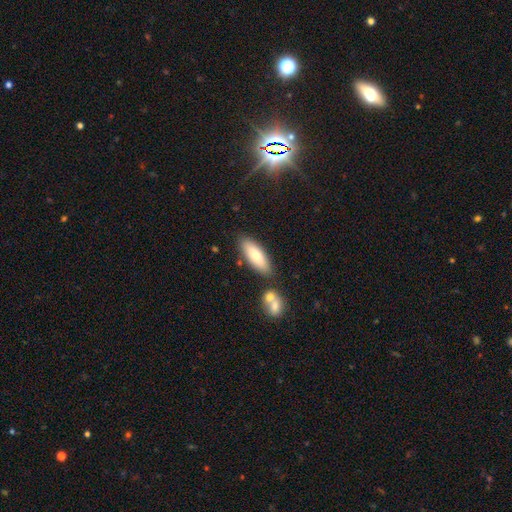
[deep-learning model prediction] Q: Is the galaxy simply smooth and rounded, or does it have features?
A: smooth — 75%.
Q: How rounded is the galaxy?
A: in between — 63%.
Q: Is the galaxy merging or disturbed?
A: none — 79%.